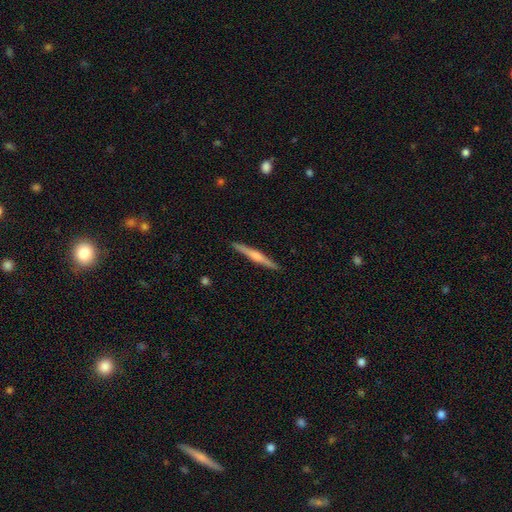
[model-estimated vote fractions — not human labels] Smooth or featured? Predicted: featured or disk (p=0.64). Edge-on disk? Predicted: yes (p=0.98). Edge-on bulge? Predicted: rounded (p=0.66). Merging? Predicted: none (p=0.92).